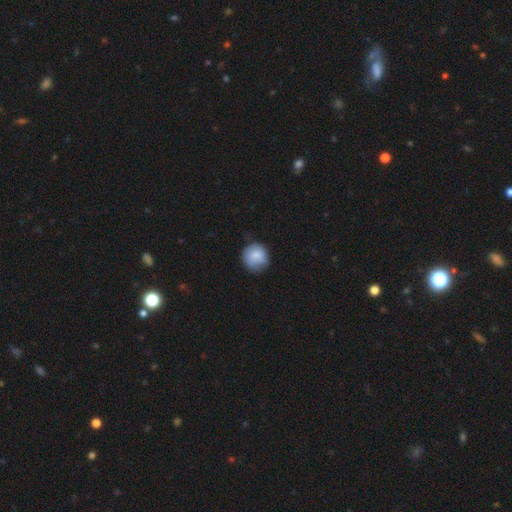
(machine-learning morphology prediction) Overall: smooth (84%). How rounded: round (91%). Merging: none (72%).